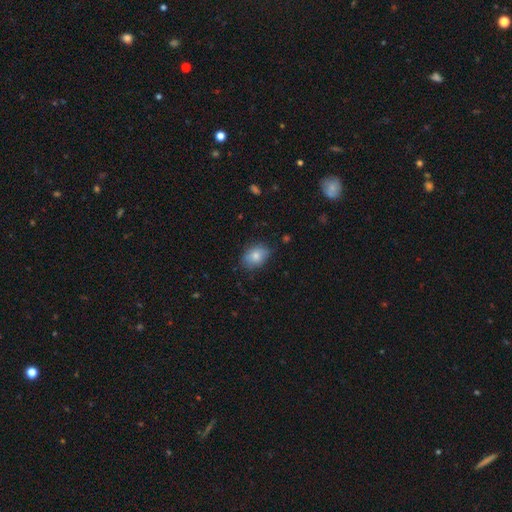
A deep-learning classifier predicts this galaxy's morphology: A smooth galaxy with no disk features (80%) that is in between round and cigar-shaped (78%).

Vote fractions:
- Smooth or featured? smooth: 80% / featured or disk: 12% / star or artifact: 8%
- How rounded? in between: 78% / round: 21% / cigar-shaped: 1%
- Merging? none: 77% / minor disturbance: 19% / major disturbance: 3% / merger: 1%